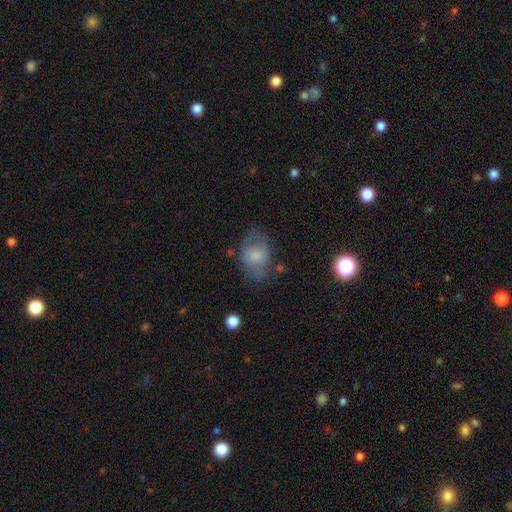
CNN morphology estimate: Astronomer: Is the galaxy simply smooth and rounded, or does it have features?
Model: smooth — 61%.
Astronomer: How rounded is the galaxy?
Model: in between — 76%.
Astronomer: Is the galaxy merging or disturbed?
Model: none — 56%.